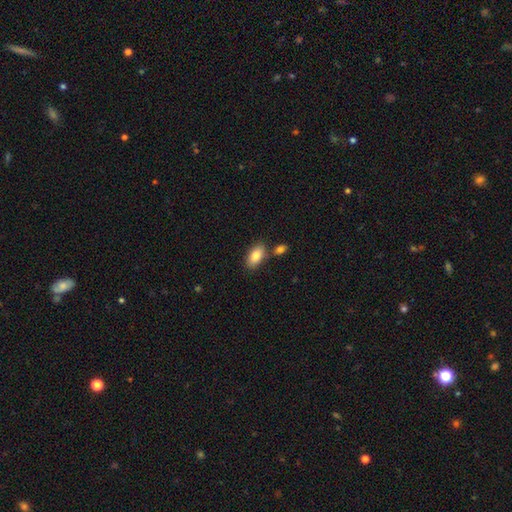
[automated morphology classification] Smooth or featured?
  - smooth: 84% *
  - featured or disk: 10%
  - star or artifact: 7%
How rounded?
  - in between: 93% *
  - round: 4%
  - cigar-shaped: 3%
Merging?
  - none: 73% *
  - merger: 12%
  - minor disturbance: 12%
  - major disturbance: 3%